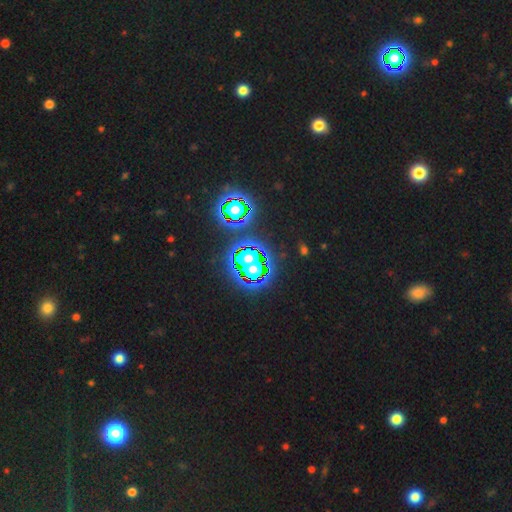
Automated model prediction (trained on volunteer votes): A star or artifact, not a galaxy (82%).

Vote fractions:
- Smooth or featured? star or artifact: 82% / smooth: 12% / featured or disk: 7%